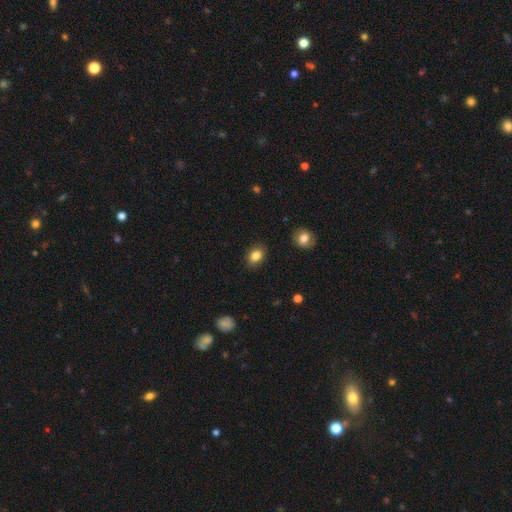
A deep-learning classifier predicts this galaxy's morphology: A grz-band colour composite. It shows a smooth galaxy with no disk features (84%) that is in between round and cigar-shaped (73%). Merging: none (86%).